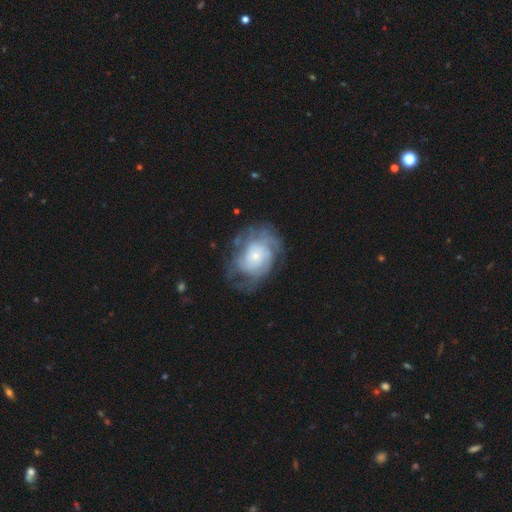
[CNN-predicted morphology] A featured or disk galaxy (75%) with no bar (80%), tight (59%) spiral arms (87%) and a small central bulge (64%).

Vote fractions:
- Smooth or featured? featured or disk: 75% / smooth: 18% / star or artifact: 7%
- Edge-on disk? no: 97% / yes: 3%
- Bar? no: 80% / weak: 17% / strong: 3%
- Spiral arms? yes: 87% / no: 13%
- Spiral winding? tight: 59% / medium: 30% / loose: 12%
- Spiral arm count? can't tell: 47% / 4: 16% / 3: 12% / 2: 11% / more than 4: 9% / 1: 5%
- Bulge size? small: 64% / moderate: 23% / large: 8% / none: 3% / dominant: 2%
- Merging? none: 63% / minor disturbance: 20% / major disturbance: 16% / merger: 2%